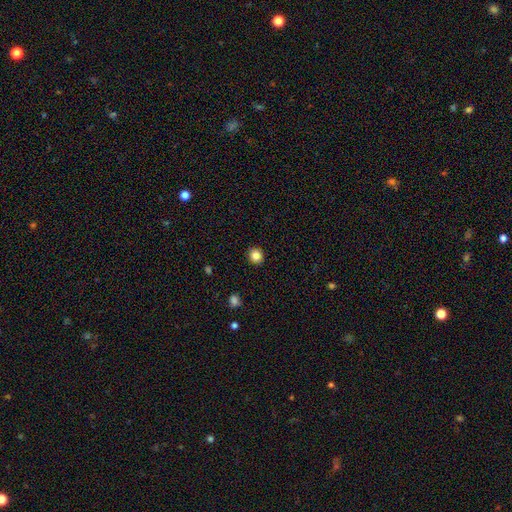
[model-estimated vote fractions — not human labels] smooth-or-featured: smooth: 84% | star or artifact: 11% | featured or disk: 5%
  how-rounded: round: 87% | in between: 12% | cigar-shaped: 1%
  merging: none: 92% | minor disturbance: 6% | major disturbance: 2% | merger: 1%